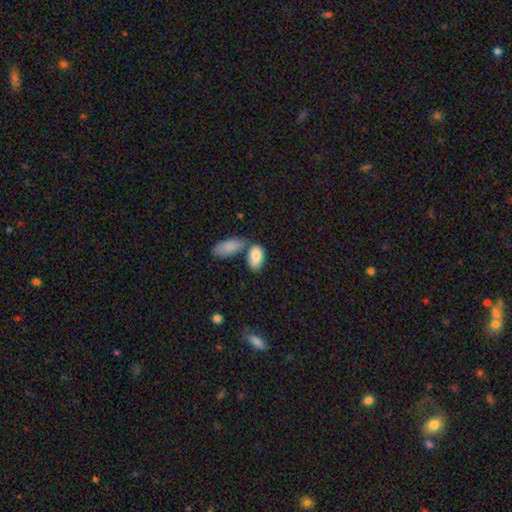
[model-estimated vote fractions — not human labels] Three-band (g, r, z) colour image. It shows a smooth galaxy with no disk features (86%) that is in between round and cigar-shaped (93%). Merging: none (45%).